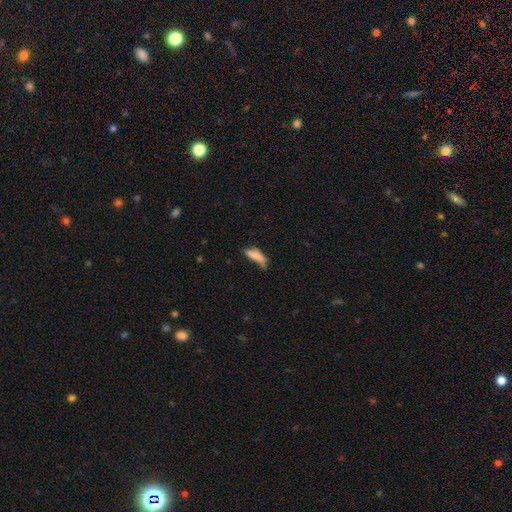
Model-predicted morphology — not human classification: A smooth galaxy with no disk features (79%) that is cigar-shaped (50%).

Vote fractions:
- Smooth or featured? smooth: 79% / featured or disk: 12% / star or artifact: 9%
- How rounded? cigar-shaped: 50% / in between: 47% / round: 2%
- Merging? minor disturbance: 37% / none: 35% / major disturbance: 20% / merger: 7%